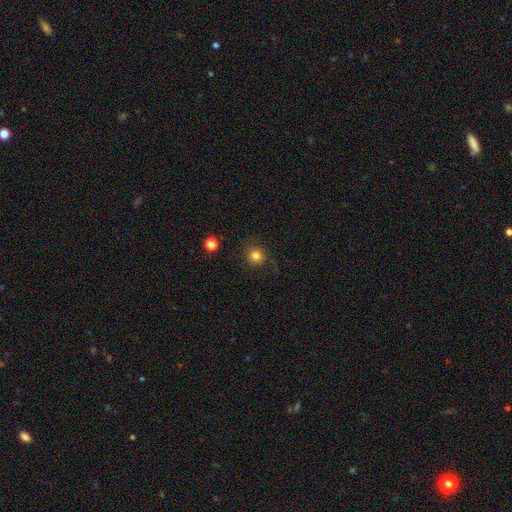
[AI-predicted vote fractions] The model was most divided on "smooth or featured": smooth: 82%, star or artifact: 13%, featured or disk: 6%. More confident: how rounded — round (93%); merging — none (86%).